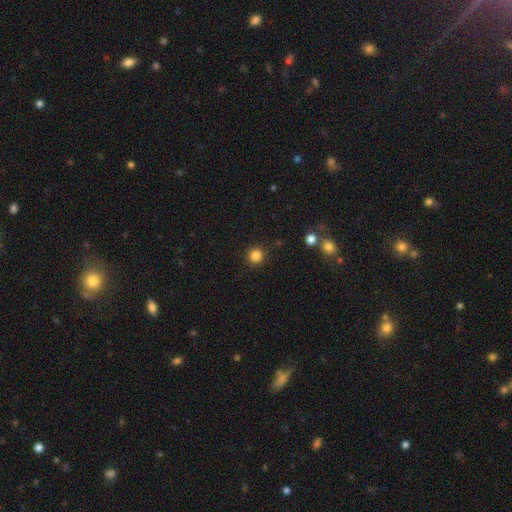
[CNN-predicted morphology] Smooth or featured: smooth — 85% (star or artifact — 12%)
How rounded: round — 93% (in between — 6%)
Merging: none — 91% (minor disturbance — 5%)